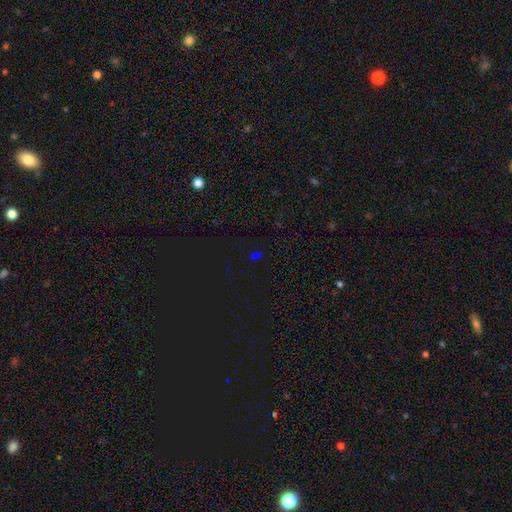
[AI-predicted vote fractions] The model was most divided on "smooth or featured": star or artifact: 52%, smooth: 42%, featured or disk: 6%.